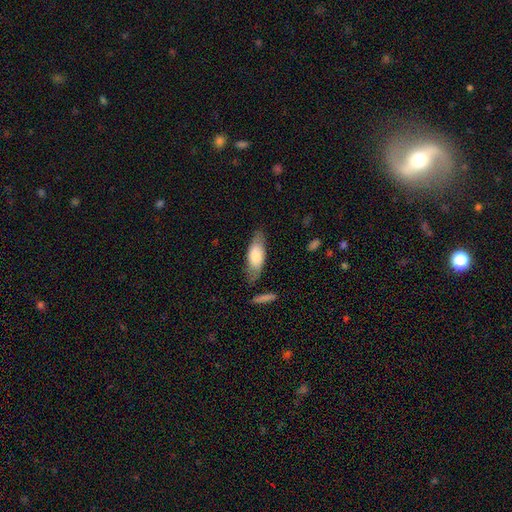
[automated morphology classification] Overall: smooth (70%). How rounded: in between (72%). Merging: none (73%).